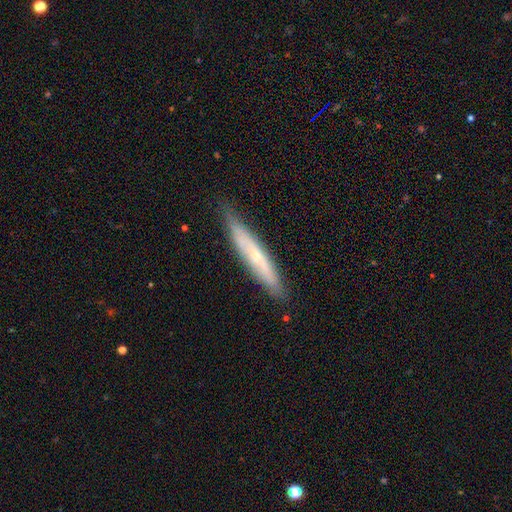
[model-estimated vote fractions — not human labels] A featured or disk galaxy (56%) viewed edge-on (79%). Merging: none (80%).